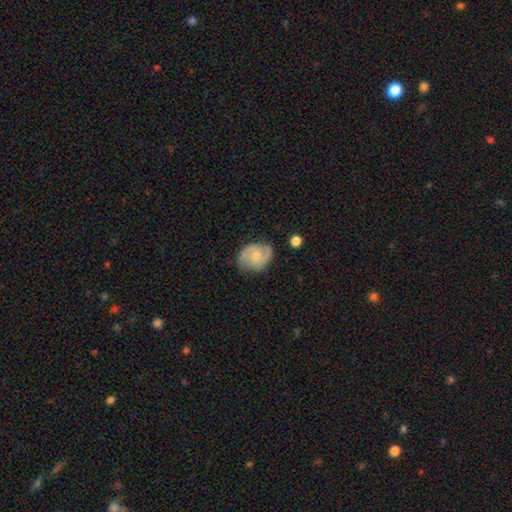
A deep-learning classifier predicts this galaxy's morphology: The model was most divided on "bulge size": moderate: 42%, small: 41%, none: 11%, large: 4%, dominant: 1%. More confident: edge-on disk — no (98%); spiral arms — yes (92%); spiral arm count — 2 (85%); merging — none (70%); smooth or featured — featured or disk (66%); bar — no (55%); spiral winding — medium (50%).